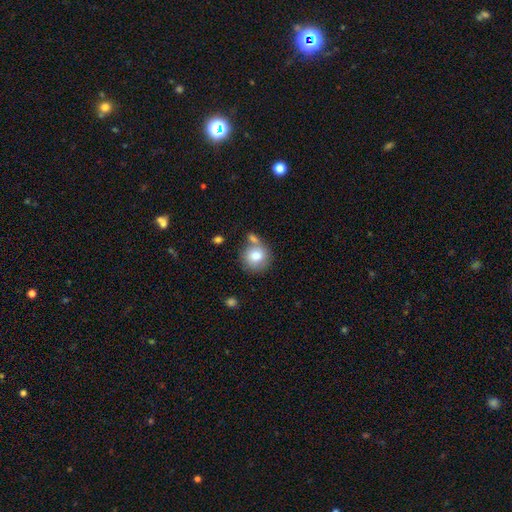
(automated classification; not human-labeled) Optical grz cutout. It shows a smooth galaxy with no disk features (80%) that is round (87%). Merging: none (58%).